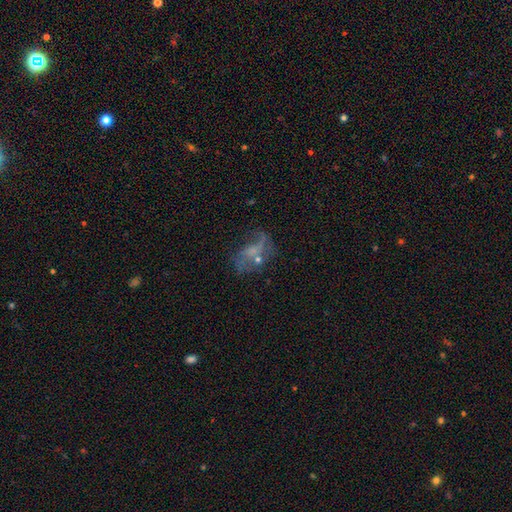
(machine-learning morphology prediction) type=featured or disk (59%); edge-on=no (95%); bar=no (64%); spiral arms=yes (55%); bulge=small (41%); merging=none (40%).